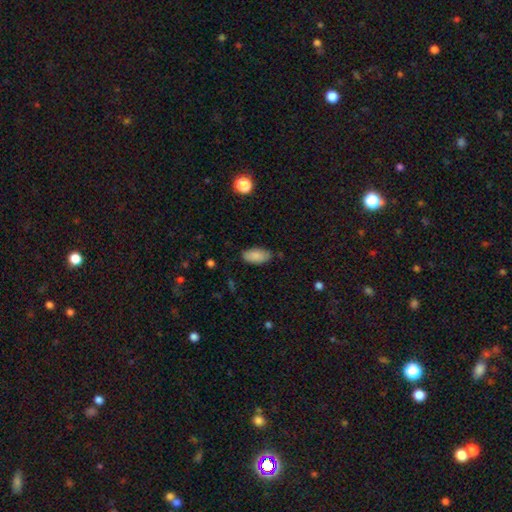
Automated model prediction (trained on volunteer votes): The model was most divided on "merging": none: 79%, minor disturbance: 17%, major disturbance: 3%, merger: 2%. More confident: how rounded — in between (93%); smooth or featured — smooth (87%).